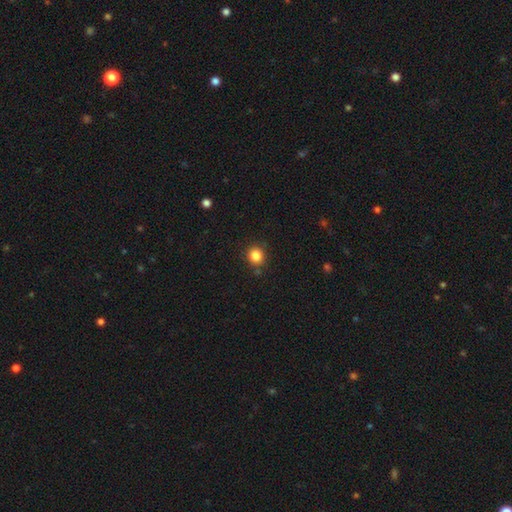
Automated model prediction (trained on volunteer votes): smooth_or_featured: smooth (p=0.85) [alt: star or artifact p=0.11]
how_rounded: round (p=0.87) [alt: in between p=0.12]
merging: none (p=0.86) [alt: minor disturbance p=0.09]